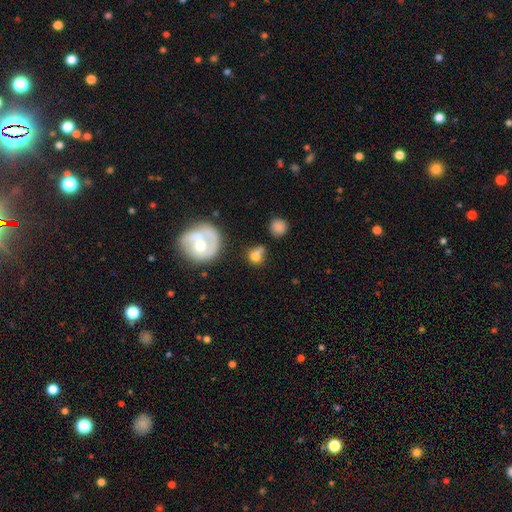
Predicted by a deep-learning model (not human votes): This appears to be a smooth galaxy with no disk features (68%) that is round (60%). Merging: none (41%).